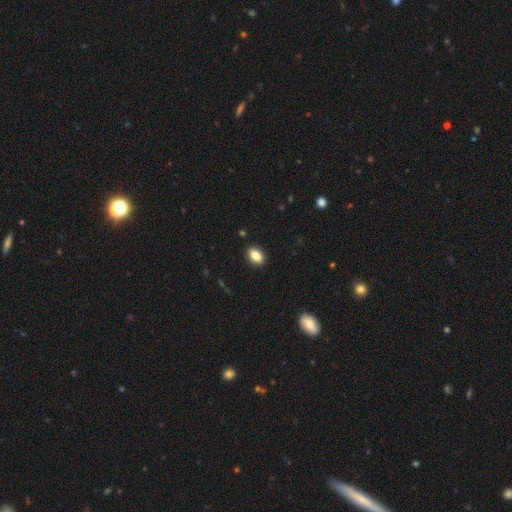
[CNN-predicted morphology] This is clearly a smooth galaxy (85%). How rounded: clearly in between (87%). Merging: clearly none (89%).